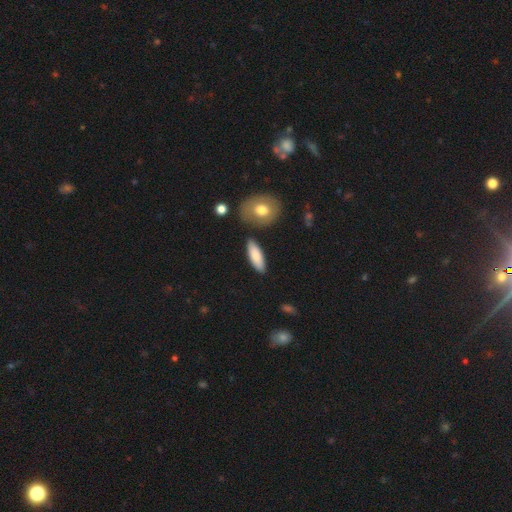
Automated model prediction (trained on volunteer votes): smooth 80%, featured or disk 14%, star or artifact 6%. Down the decision tree: how rounded — in between (62%); merging — none (84%).